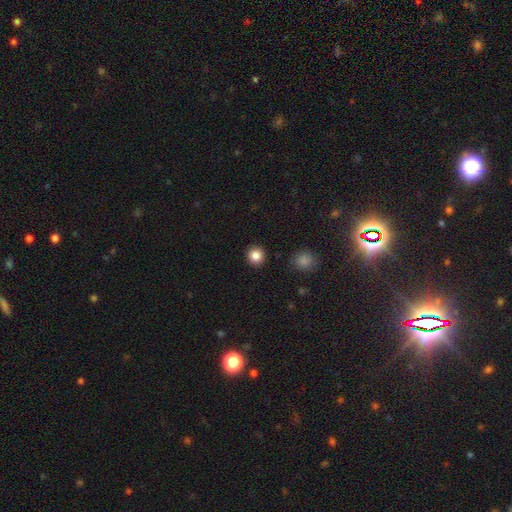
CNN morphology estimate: Smooth or featured? Predicted: smooth (p=0.85). How rounded? Predicted: round (p=0.93). Merging? Predicted: none (p=0.92).